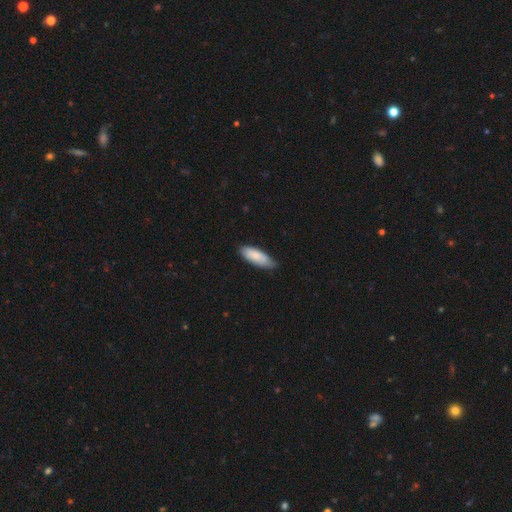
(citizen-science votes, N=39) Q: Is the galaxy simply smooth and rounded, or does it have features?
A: smooth — 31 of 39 (79%).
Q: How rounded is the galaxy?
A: in between — 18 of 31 (58%).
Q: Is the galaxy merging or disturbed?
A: none — 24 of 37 (65%).